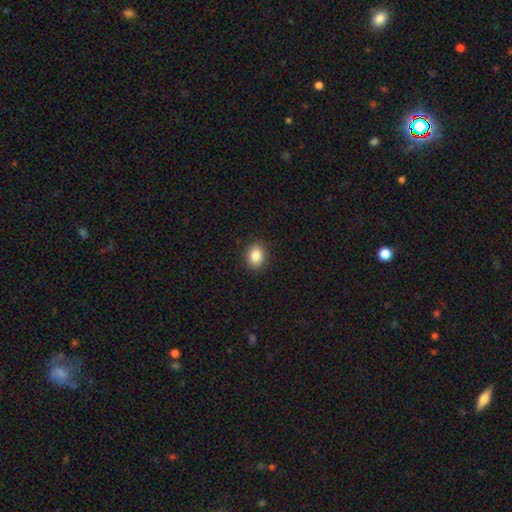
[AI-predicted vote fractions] This is clearly a smooth galaxy (86%). How rounded: possibly in between (54%). Merging: clearly none (89%).